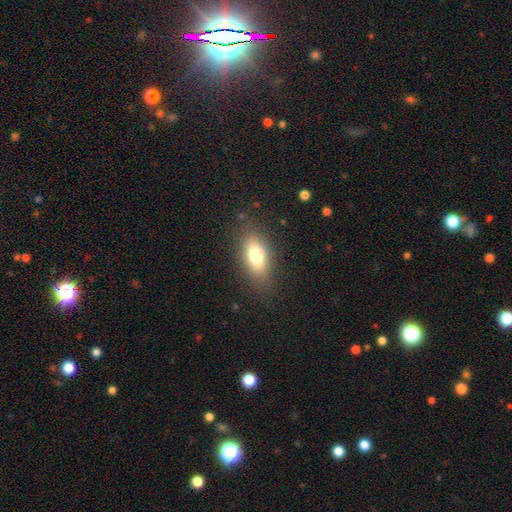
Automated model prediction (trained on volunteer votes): Overall: smooth (72%). How rounded: in between (82%). Merging: none (81%).